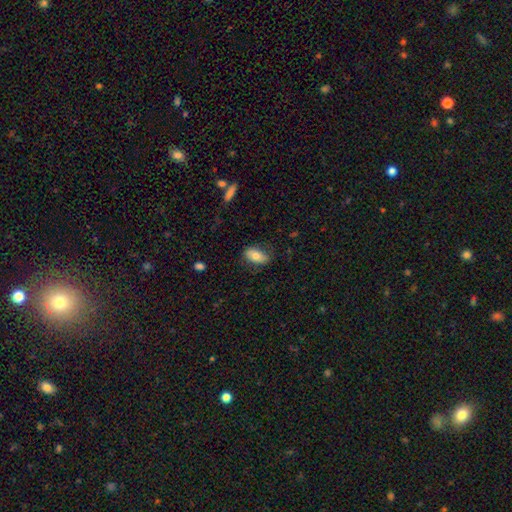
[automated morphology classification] Overall: smooth (76%). How rounded: in between (89%). Merging: none (75%).